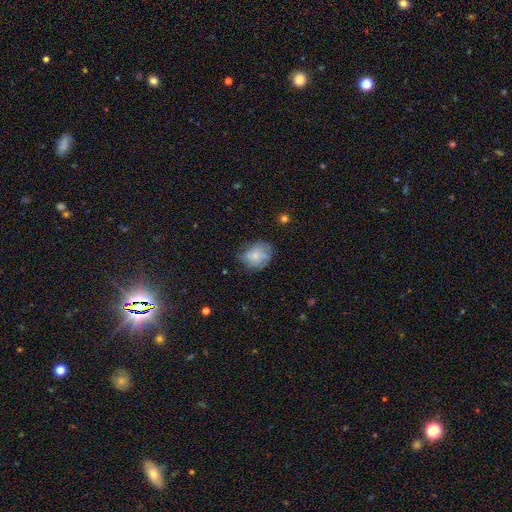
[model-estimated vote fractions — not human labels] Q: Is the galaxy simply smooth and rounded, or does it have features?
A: smooth — 52%.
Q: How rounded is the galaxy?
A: round — 55%.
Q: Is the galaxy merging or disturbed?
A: none — 61%.